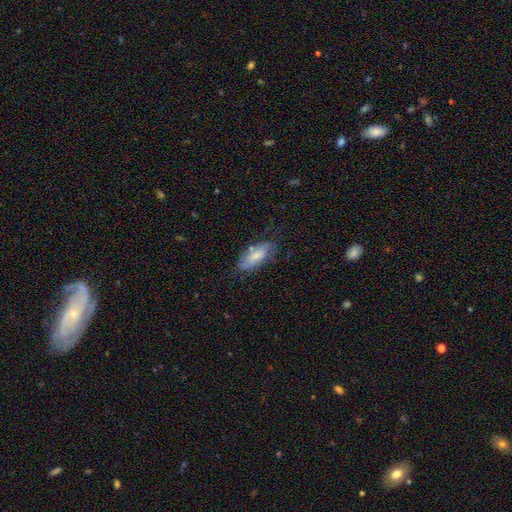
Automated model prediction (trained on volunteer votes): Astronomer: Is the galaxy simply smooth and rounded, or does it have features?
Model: smooth — 70%.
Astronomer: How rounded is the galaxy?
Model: in between — 76%.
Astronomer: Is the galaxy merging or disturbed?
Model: none — 64%.